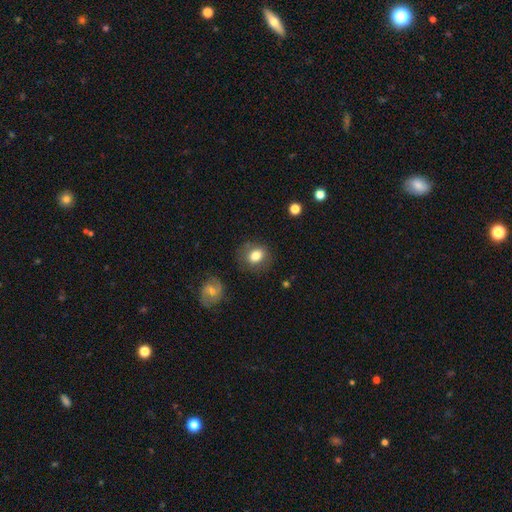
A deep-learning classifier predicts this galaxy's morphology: Smooth or featured? smooth (80%)
How rounded? round (59%)
Merging? none (79%)